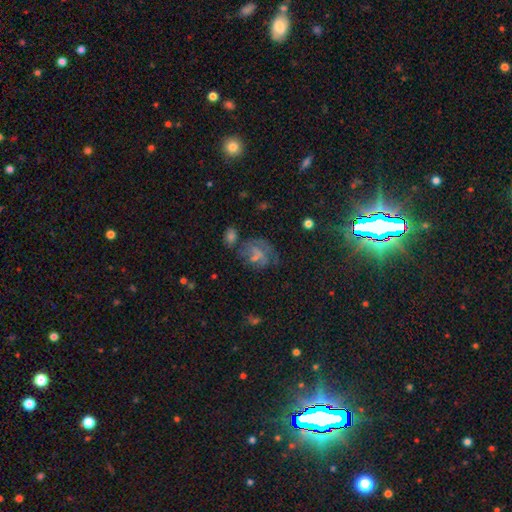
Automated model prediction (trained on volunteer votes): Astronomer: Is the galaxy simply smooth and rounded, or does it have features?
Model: featured or disk — 39% (runner-up: star or artifact, 35%).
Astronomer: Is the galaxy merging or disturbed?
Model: none — 51%.